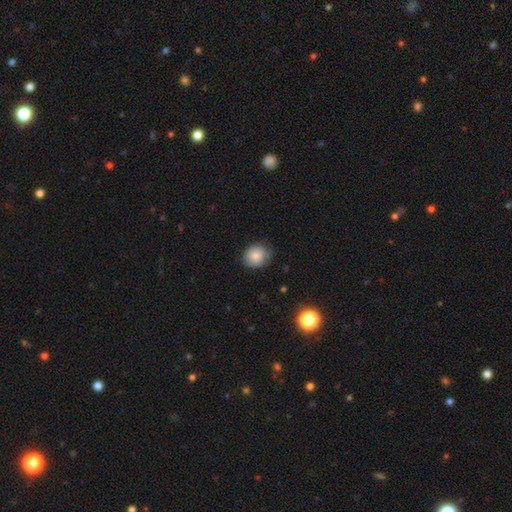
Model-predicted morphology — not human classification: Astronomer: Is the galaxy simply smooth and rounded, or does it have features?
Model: smooth — 86%.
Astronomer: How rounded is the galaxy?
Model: round — 66%.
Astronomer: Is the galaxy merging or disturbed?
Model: none — 79%.